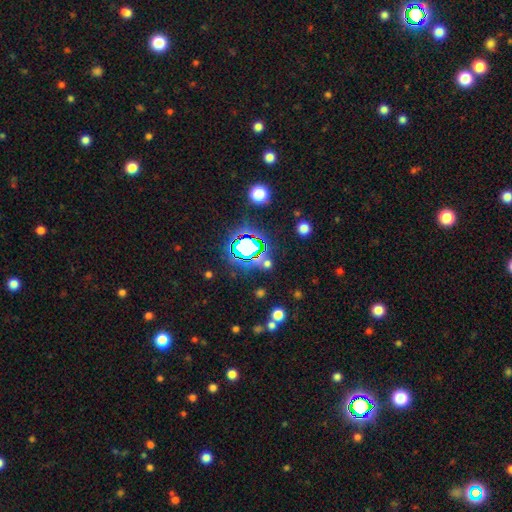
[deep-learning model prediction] Smooth or featured? star or artifact (65%)